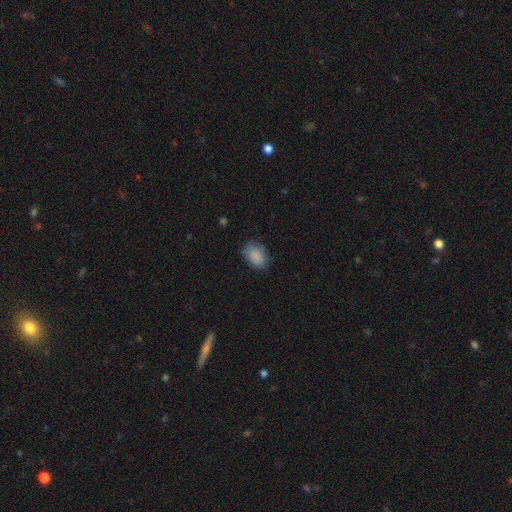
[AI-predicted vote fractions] Smooth or featured?
  - smooth: 88% *
  - star or artifact: 8%
  - featured or disk: 4%
How rounded?
  - in between: 84% *
  - round: 15%
  - cigar-shaped: 1%
Merging?
  - none: 80% *
  - minor disturbance: 16%
  - major disturbance: 4%
  - merger: 1%